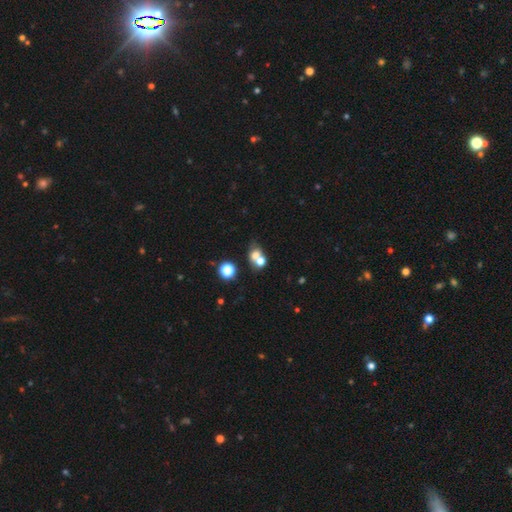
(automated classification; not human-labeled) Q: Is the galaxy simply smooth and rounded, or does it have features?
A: smooth — 64%.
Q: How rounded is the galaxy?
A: round — 56%.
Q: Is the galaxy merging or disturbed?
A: merger — 52%.